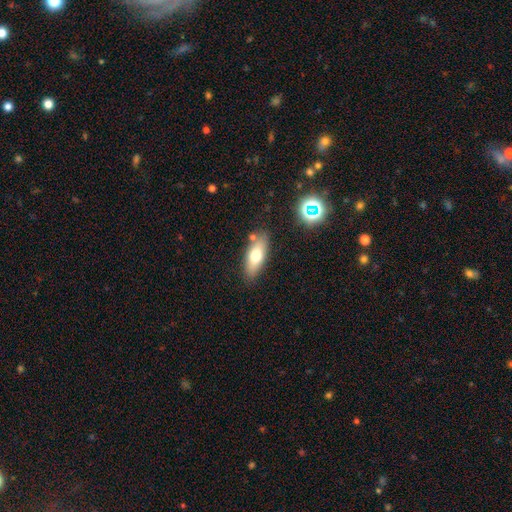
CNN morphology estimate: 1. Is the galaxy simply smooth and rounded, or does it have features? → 67% smooth, 24% featured or disk, 8% star or artifact.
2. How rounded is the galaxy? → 74% in between, 23% cigar-shaped, 3% round.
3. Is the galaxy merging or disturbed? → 81% none, 12% minor disturbance, 5% merger, 3% major disturbance.